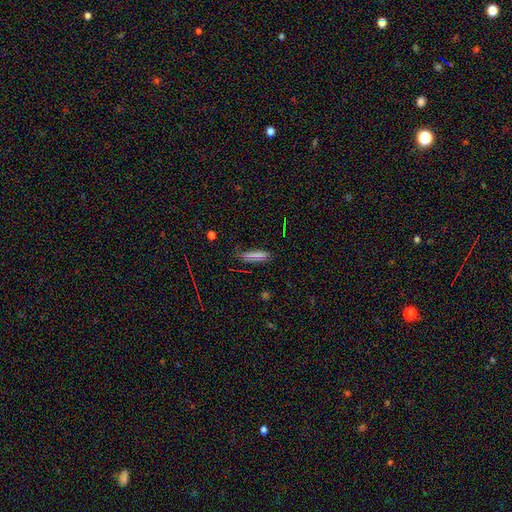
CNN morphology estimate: Smooth or featured?
  - smooth: 73% *
  - star or artifact: 16%
  - featured or disk: 10%
How rounded?
  - cigar-shaped: 49% *
  - in between: 48%
  - round: 3%
Merging?
  - none: 69% *
  - minor disturbance: 23%
  - major disturbance: 6%
  - merger: 2%